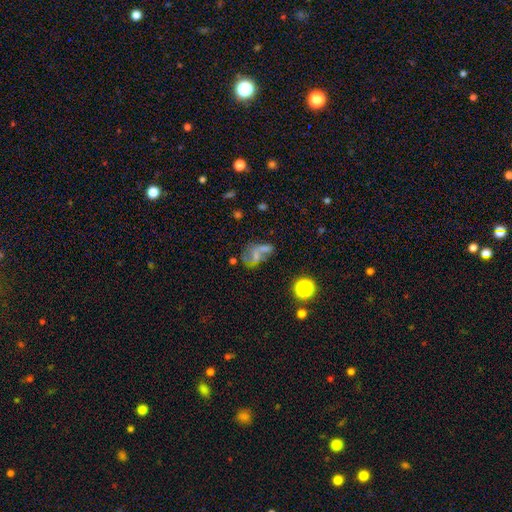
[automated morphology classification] type=featured or disk (50%); merging=none (32%).